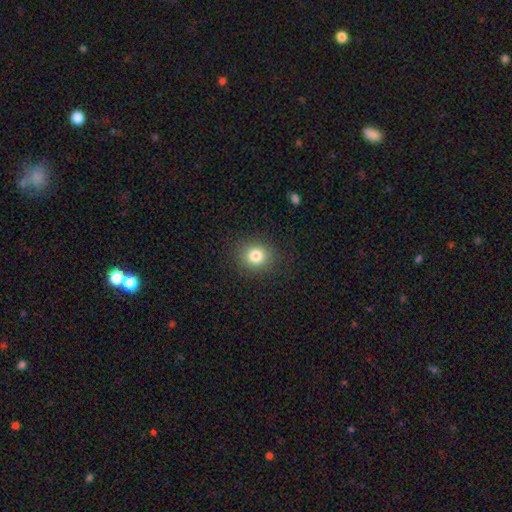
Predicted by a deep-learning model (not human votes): smooth_or_featured: smooth (p=0.81) [alt: star or artifact p=0.12]
how_rounded: round (p=0.82) [alt: in between p=0.17]
merging: none (p=0.88) [alt: minor disturbance p=0.08]